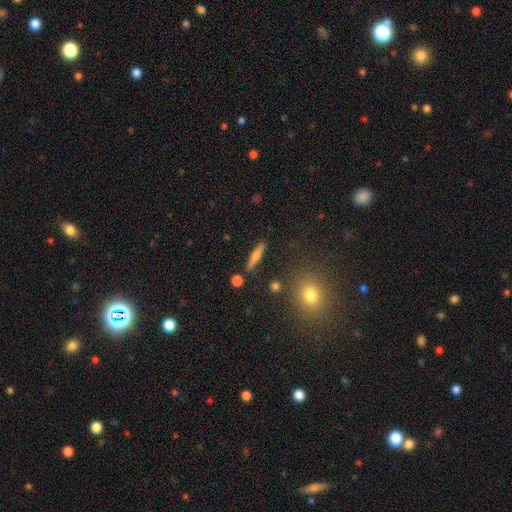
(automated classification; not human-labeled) Q: Smooth or featured?
A: smooth (51%); runner-up: featured or disk (41%)
Q: How rounded?
A: cigar-shaped (80%); runner-up: in between (15%)
Q: Merging?
A: none (87%); runner-up: minor disturbance (8%)